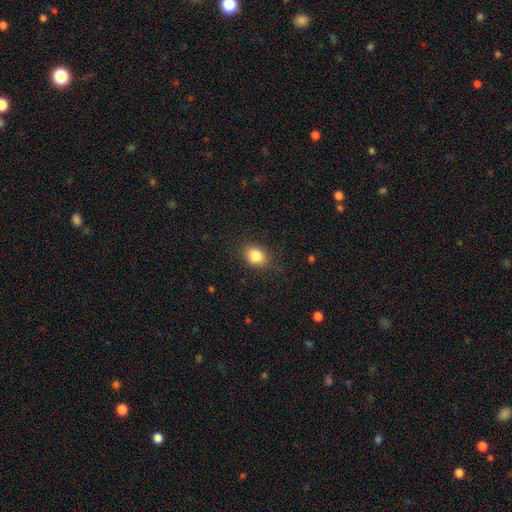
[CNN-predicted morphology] Smooth or featured? smooth (84%)
How rounded? in between (57%)
Merging? none (78%)